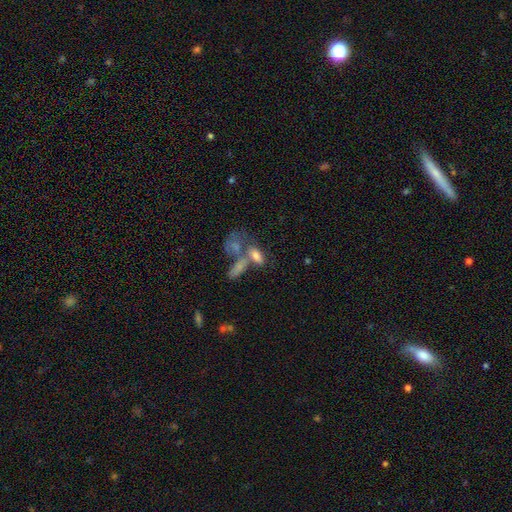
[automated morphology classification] smooth-or-featured: smooth: 70% | featured or disk: 20% | star or artifact: 10%
  how-rounded: in between: 81% | cigar-shaped: 13% | round: 6%
  merging: merger: 46% | none: 32% | minor disturbance: 12% | major disturbance: 9%